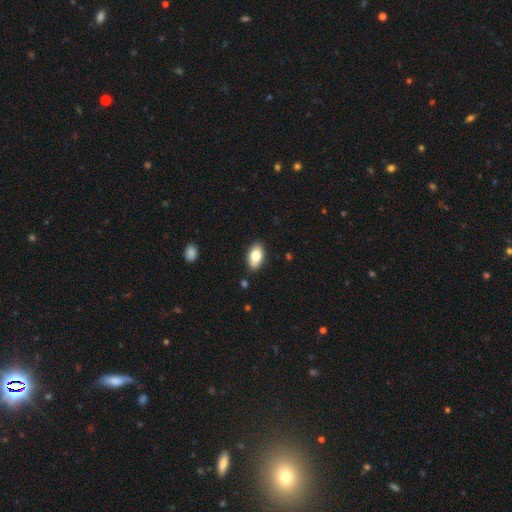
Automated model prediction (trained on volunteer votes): The model was most divided on "smooth or featured": smooth: 77%, featured or disk: 16%, star or artifact: 7%. More confident: how rounded — in between (92%); merging — none (87%).